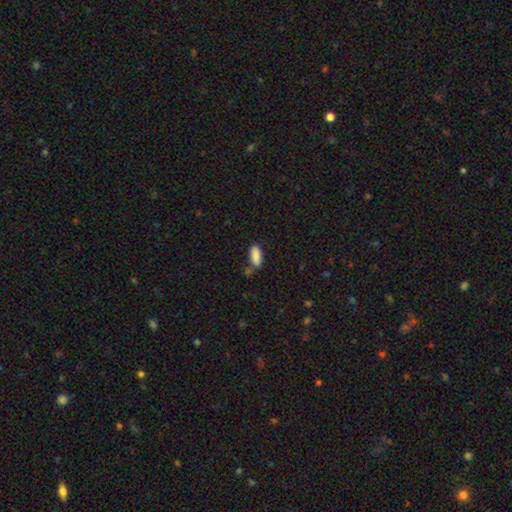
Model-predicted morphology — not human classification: This appears to be a smooth galaxy with no disk features (87%) that is in between round and cigar-shaped (84%). Merging: none (65%).